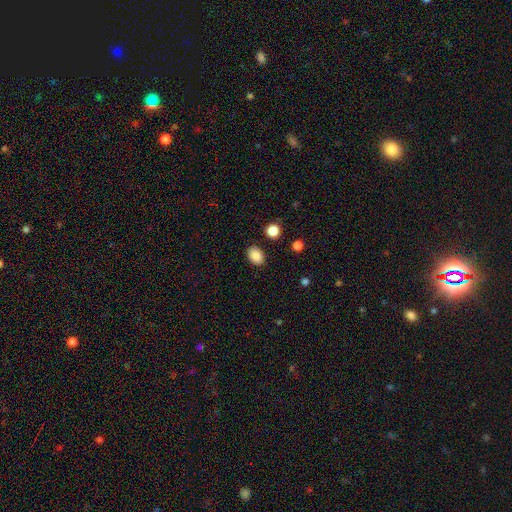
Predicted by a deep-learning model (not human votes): A smooth galaxy with no disk features (87%) that is in between round and cigar-shaped (77%).

Vote fractions:
- Smooth or featured? smooth: 87% / star or artifact: 9% / featured or disk: 4%
- How rounded? in between: 77% / round: 22% / cigar-shaped: 1%
- Merging? none: 87% / minor disturbance: 9% / major disturbance: 3% / merger: 2%